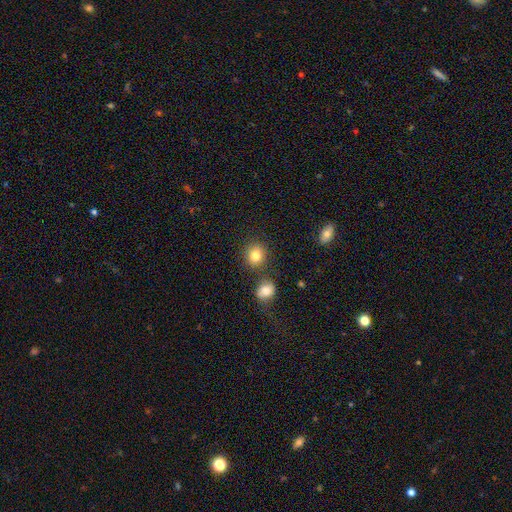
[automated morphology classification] smooth-or-featured: smooth: 82% | star or artifact: 11% | featured or disk: 7%
  how-rounded: round: 79% | in between: 20% | cigar-shaped: 1%
  merging: none: 79% | minor disturbance: 9% | merger: 9% | major disturbance: 3%